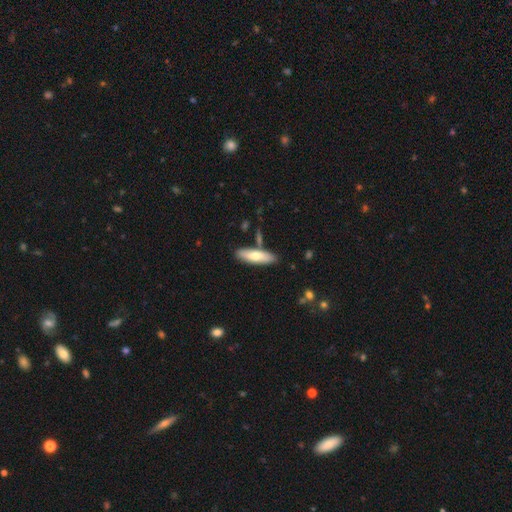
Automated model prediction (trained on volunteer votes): Q: Smooth or featured?
A: smooth (66%); runner-up: featured or disk (28%)
Q: How rounded?
A: cigar-shaped (54%); runner-up: in between (44%)
Q: Merging?
A: none (79%); runner-up: minor disturbance (11%)